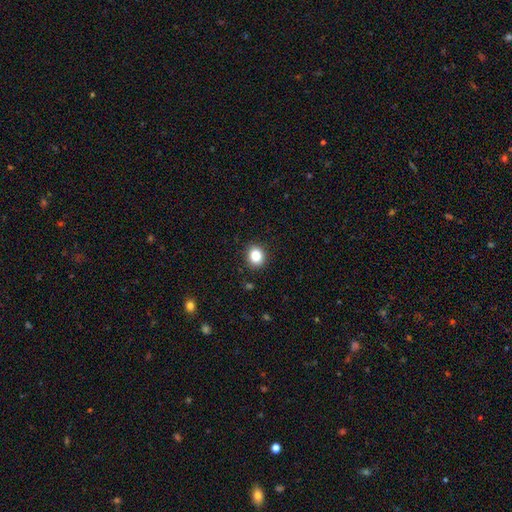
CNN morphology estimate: Overall: smooth (84%). How rounded: round (70%). Merging: none (90%).